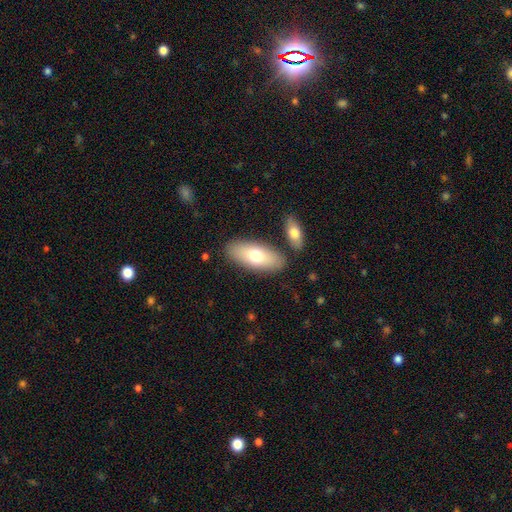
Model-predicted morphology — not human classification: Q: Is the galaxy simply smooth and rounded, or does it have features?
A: smooth — 70%.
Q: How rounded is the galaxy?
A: in between — 86%.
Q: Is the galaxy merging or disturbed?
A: none — 82%.